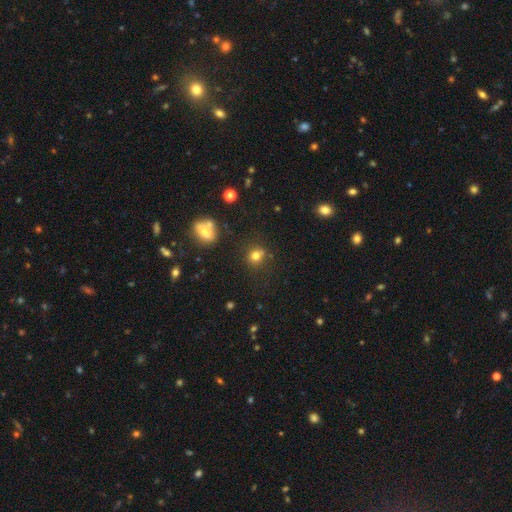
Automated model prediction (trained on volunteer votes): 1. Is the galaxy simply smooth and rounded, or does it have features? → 75% smooth, 16% star or artifact, 8% featured or disk.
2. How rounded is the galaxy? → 79% round, 19% in between, 1% cigar-shaped.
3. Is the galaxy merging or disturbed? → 72% none, 14% minor disturbance, 10% merger, 4% major disturbance.